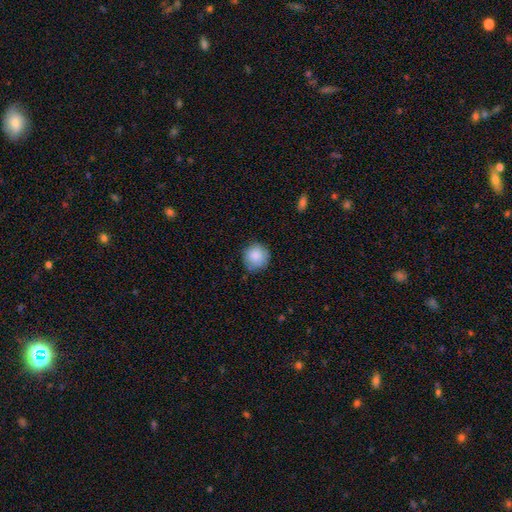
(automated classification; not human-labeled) Morphology: type=smooth (87%); roundness=round (92%); merging=none (82%).